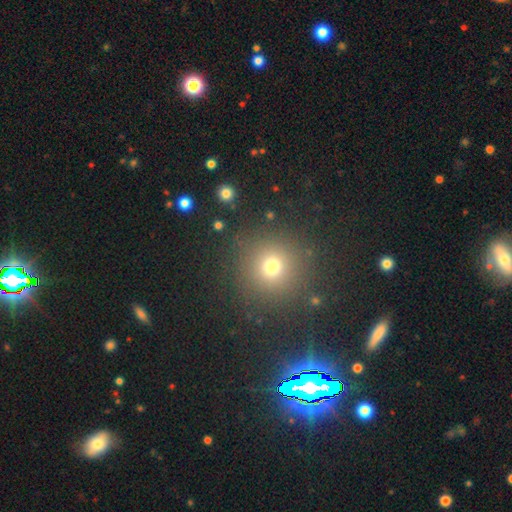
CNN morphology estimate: Smooth or featured? smooth (48%)
Merging? none (89%)